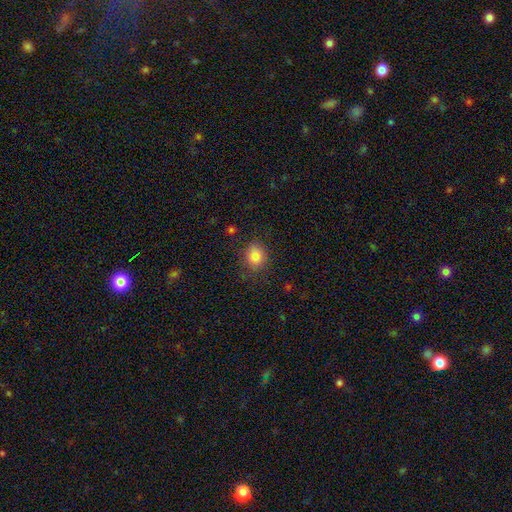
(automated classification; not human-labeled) Smooth or featured? Predicted: smooth (p=0.83). How rounded? Predicted: round (p=0.63). Merging? Predicted: none (p=0.80).